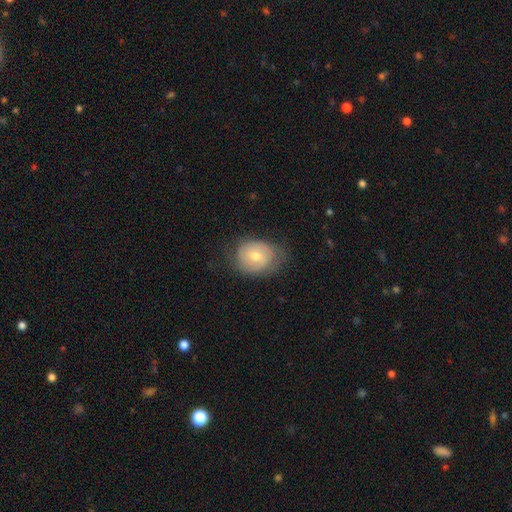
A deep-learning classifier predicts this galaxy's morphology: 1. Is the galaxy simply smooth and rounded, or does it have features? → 50% smooth, 42% featured or disk, 8% star or artifact.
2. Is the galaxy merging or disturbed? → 66% none, 24% minor disturbance, 9% major disturbance, 1% merger.